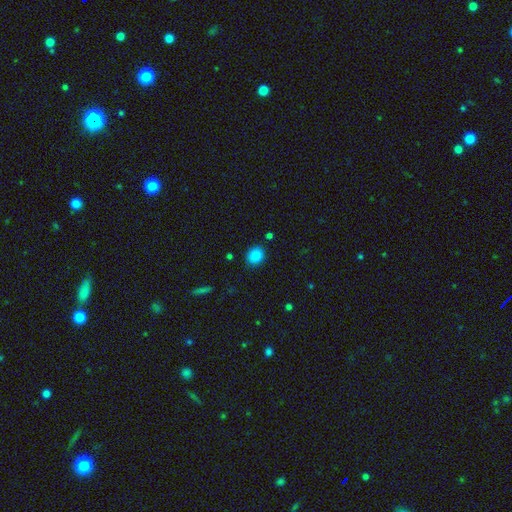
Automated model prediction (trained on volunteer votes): Smooth or featured: smooth — 86% (star or artifact — 10%)
How rounded: round — 63% (in between — 36%)
Merging: none — 86% (minor disturbance — 9%)